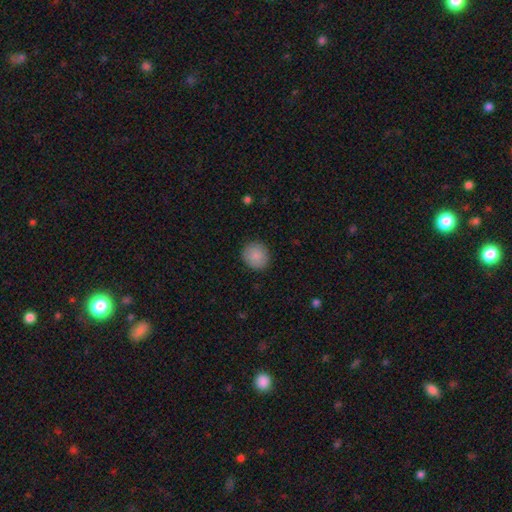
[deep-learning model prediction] The model was most divided on "how rounded": round: 86%, in between: 13%, cigar-shaped: 1%. More confident: merging — none (90%); smooth or featured — smooth (87%).